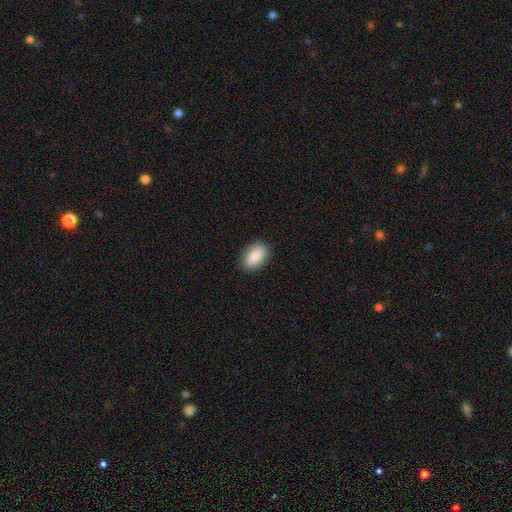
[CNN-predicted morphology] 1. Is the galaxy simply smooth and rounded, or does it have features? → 86% smooth, 8% featured or disk, 6% star or artifact.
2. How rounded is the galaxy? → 91% in between, 6% round, 3% cigar-shaped.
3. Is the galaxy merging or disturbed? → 87% none, 10% minor disturbance, 2% major disturbance, 1% merger.